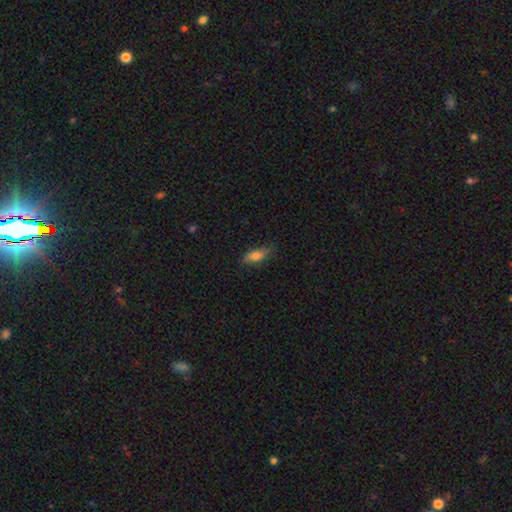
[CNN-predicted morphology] The model was most divided on "merging": none: 72%, minor disturbance: 22%, major disturbance: 5%, merger: 1%. More confident: smooth or featured — smooth (77%); how rounded — in between (77%).